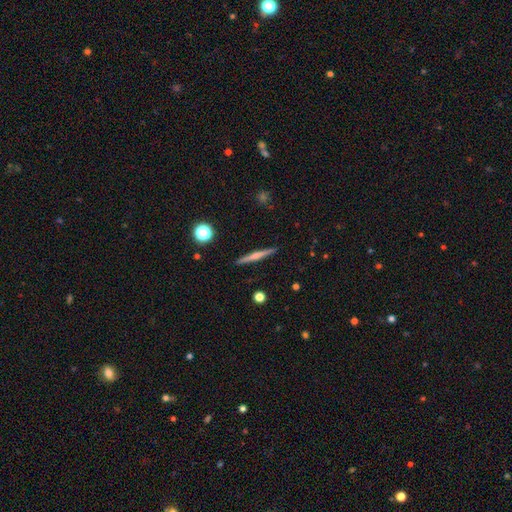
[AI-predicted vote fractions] Overall: featured or disk (50%; smooth 43%). Edge-on disk: yes (98%). Merging: none (91%).